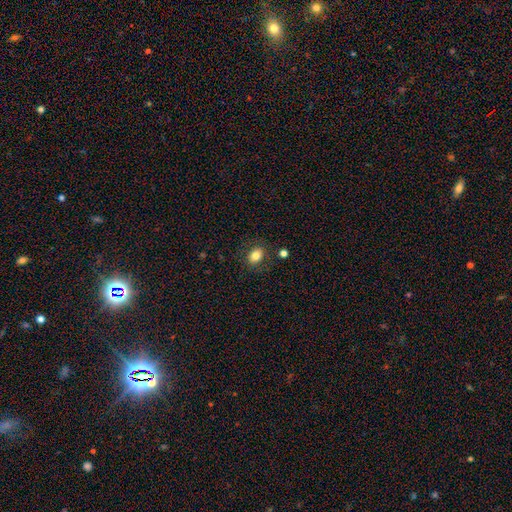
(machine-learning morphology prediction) A smooth galaxy with no disk features (81%) that is in between round and cigar-shaped (63%). Merging: none (83%).